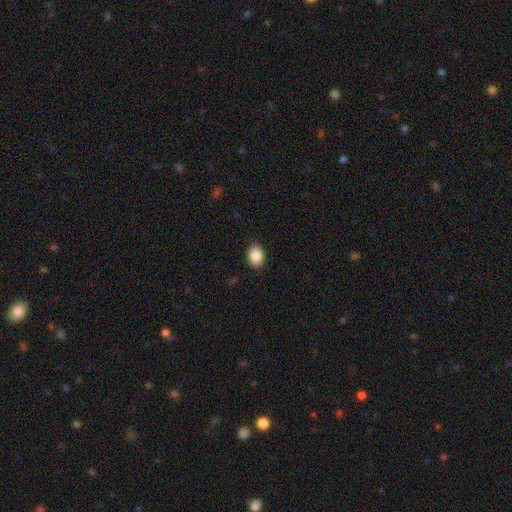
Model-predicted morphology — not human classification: smooth-or-featured: smooth: 89% | star or artifact: 7% | featured or disk: 4%
  how-rounded: in between: 75% | round: 24% | cigar-shaped: 1%
  merging: none: 87% | minor disturbance: 10% | major disturbance: 2% | merger: 1%